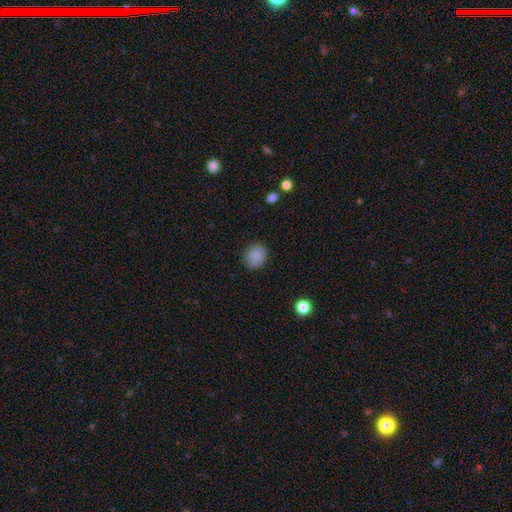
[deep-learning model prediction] This appears to be a smooth galaxy with no disk features (86%) that is round (64%). Merging: none (86%).